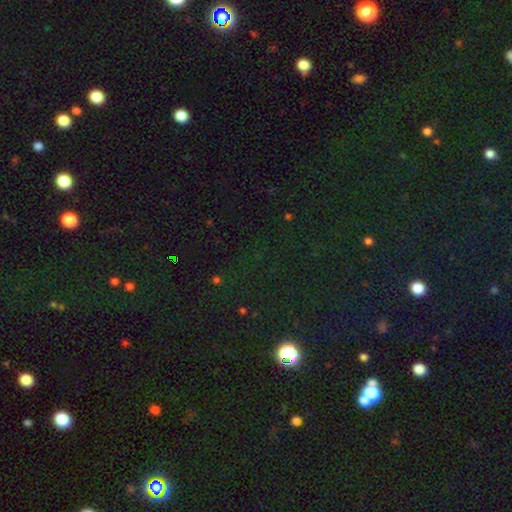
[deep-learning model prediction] smooth_or_featured: star or artifact (p=0.73) [alt: smooth p=0.18]